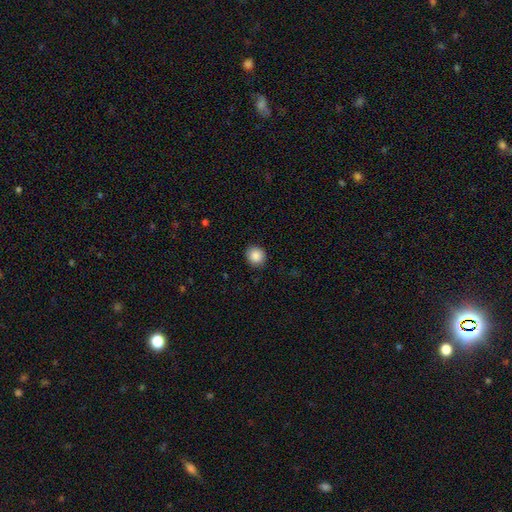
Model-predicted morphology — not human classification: type=smooth (88%); roundness=round (87%); merging=none (89%).